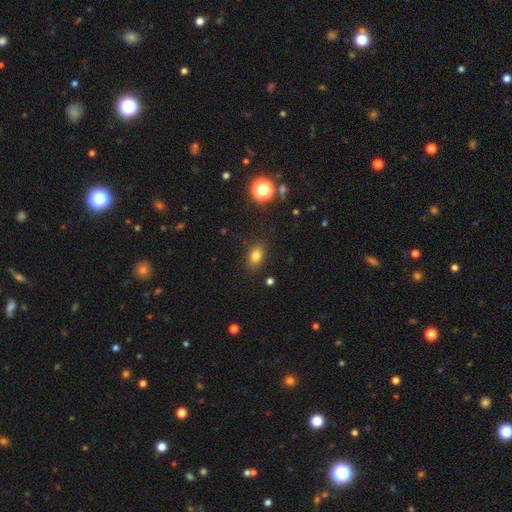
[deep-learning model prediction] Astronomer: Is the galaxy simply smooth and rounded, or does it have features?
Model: smooth — 80%.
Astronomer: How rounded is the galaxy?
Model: in between — 75%.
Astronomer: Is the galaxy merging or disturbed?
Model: none — 85%.